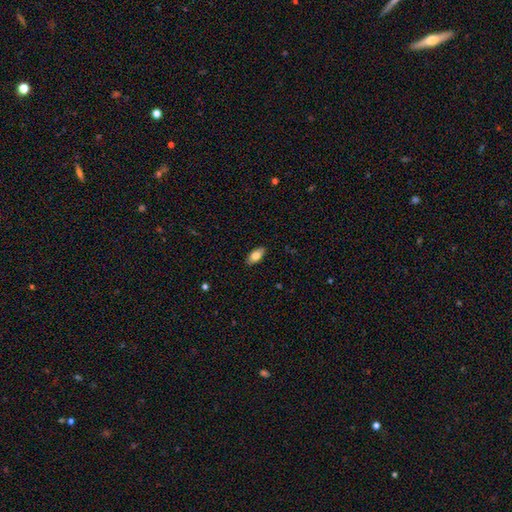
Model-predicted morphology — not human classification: Smooth or featured: smooth — 79% (featured or disk — 15%)
How rounded: in between — 89% (cigar-shaped — 8%)
Merging: none — 88% (minor disturbance — 9%)